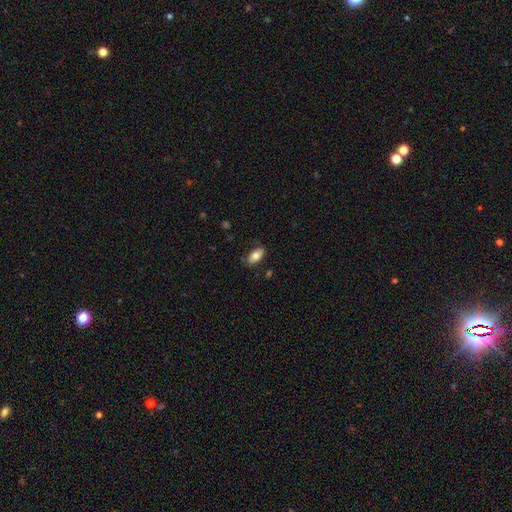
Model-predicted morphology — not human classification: A smooth galaxy with no disk features (75%) that is in between round and cigar-shaped (92%). Merging: none (78%).